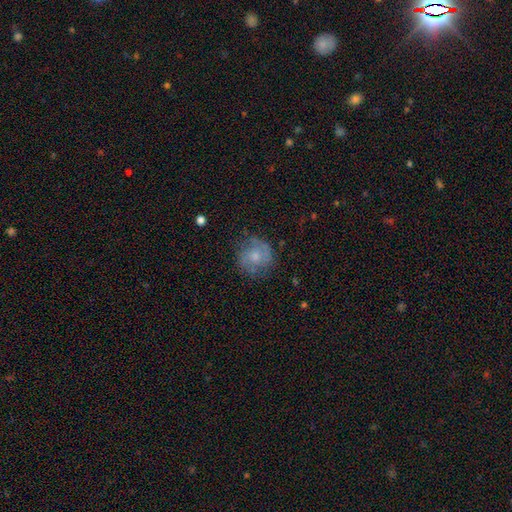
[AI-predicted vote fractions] Smooth or featured? featured or disk (46%)
Merging? none (69%)